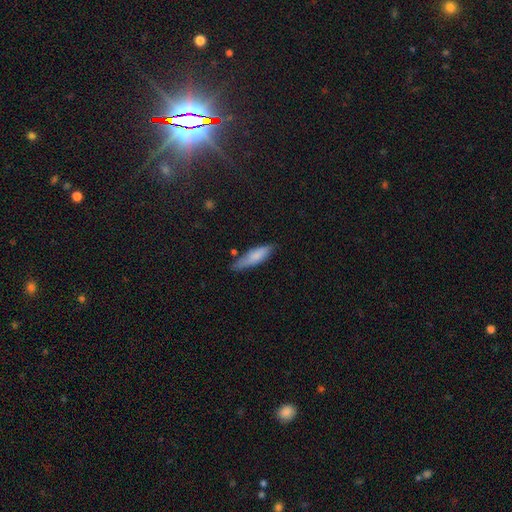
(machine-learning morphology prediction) smooth_or_featured: smooth (p=0.75) [alt: featured or disk p=0.18]
how_rounded: cigar-shaped (p=0.62) [alt: in between p=0.36]
merging: none (p=0.66) [alt: minor disturbance p=0.25]